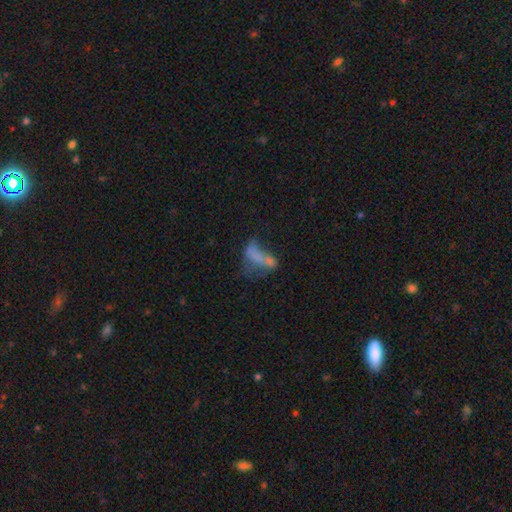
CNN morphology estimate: Smooth or featured: smooth — 50% (featured or disk — 35%)
Merging: merger — 37% (major disturbance — 32%)